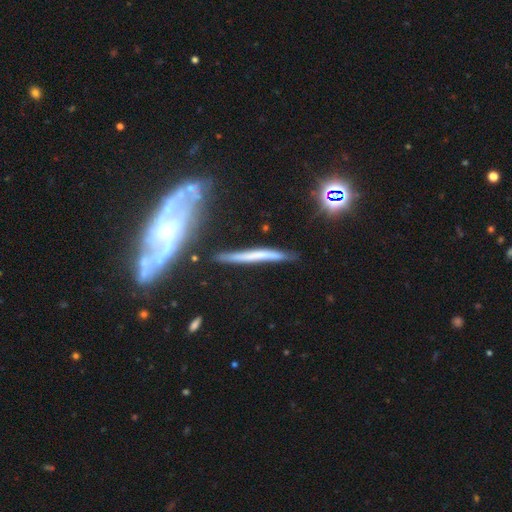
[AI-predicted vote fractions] Smooth or featured? Predicted: featured or disk (p=0.60). Edge-on disk? Predicted: yes (p=0.84). Edge-on bulge? Predicted: none (p=0.75). Merging? Predicted: none (p=0.72).